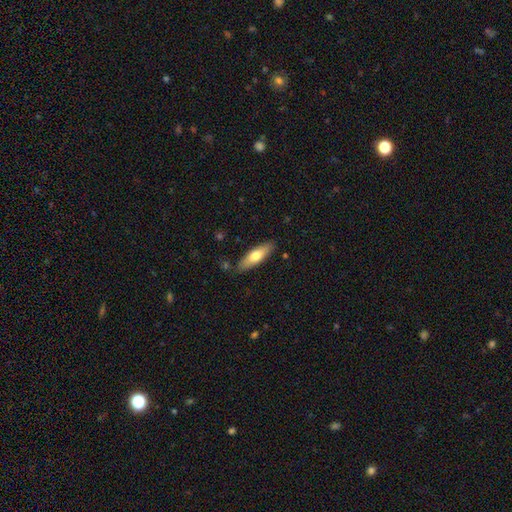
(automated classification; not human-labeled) This is likely a smooth galaxy (66%). How rounded: possibly cigar-shaped (52%). Merging: clearly none (85%).